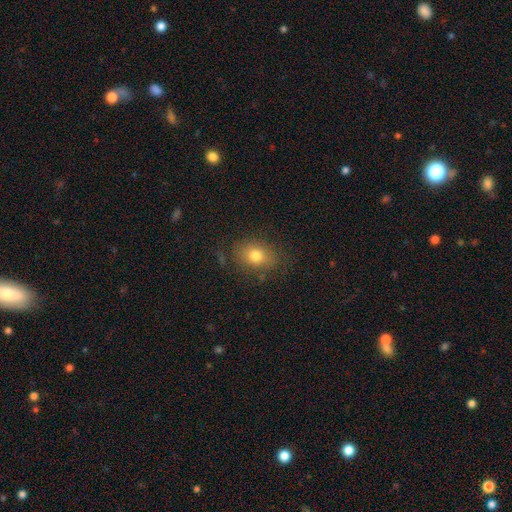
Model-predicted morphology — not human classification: Q: Smooth or featured?
A: smooth (77%); runner-up: featured or disk (12%)
Q: How rounded?
A: in between (59%); runner-up: round (40%)
Q: Merging?
A: none (78%); runner-up: minor disturbance (15%)